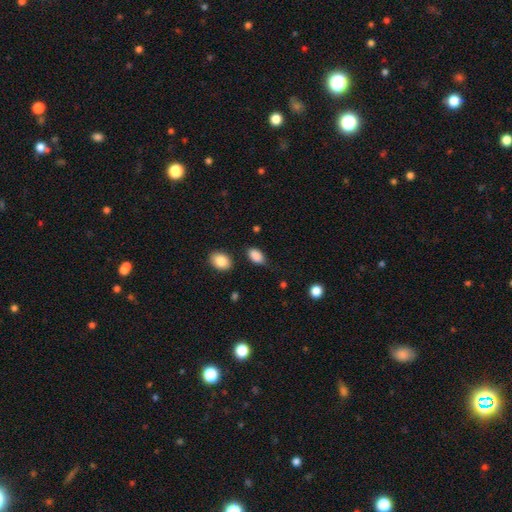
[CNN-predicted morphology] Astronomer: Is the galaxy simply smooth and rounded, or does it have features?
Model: smooth — 88%.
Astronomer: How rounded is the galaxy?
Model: in between — 90%.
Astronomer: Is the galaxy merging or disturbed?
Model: none — 73%.